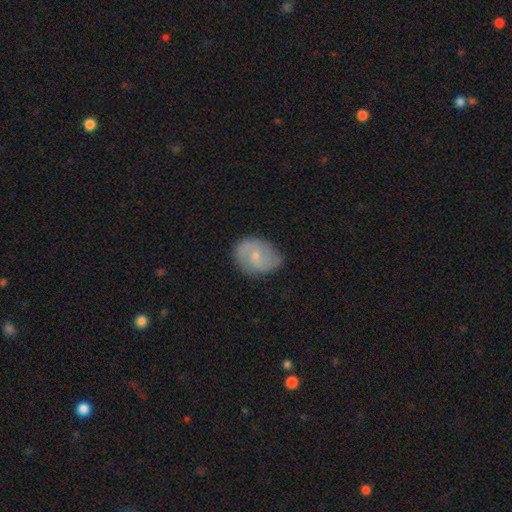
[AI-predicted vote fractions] Smooth or featured? featured or disk (67%)
Edge-on disk? no (97%)
Bar? no (47%)
Spiral arms? yes (88%)
Spiral winding? medium (47%)
Spiral arm count? 2 (75%)
Bulge size? small (66%)
Merging? none (75%)